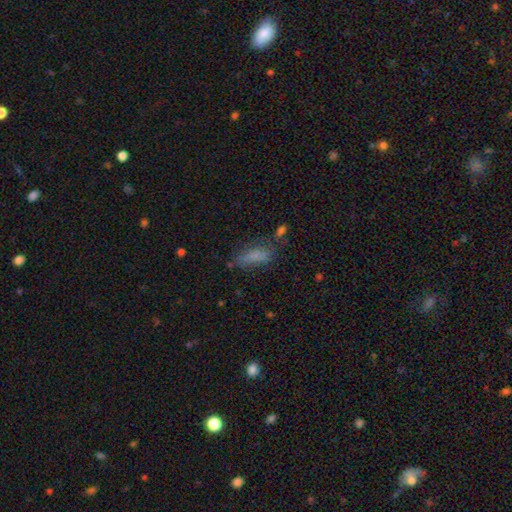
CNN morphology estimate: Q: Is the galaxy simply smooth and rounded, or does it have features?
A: smooth — 74%.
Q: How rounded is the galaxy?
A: in between — 63%.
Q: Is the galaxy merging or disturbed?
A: none — 48%.